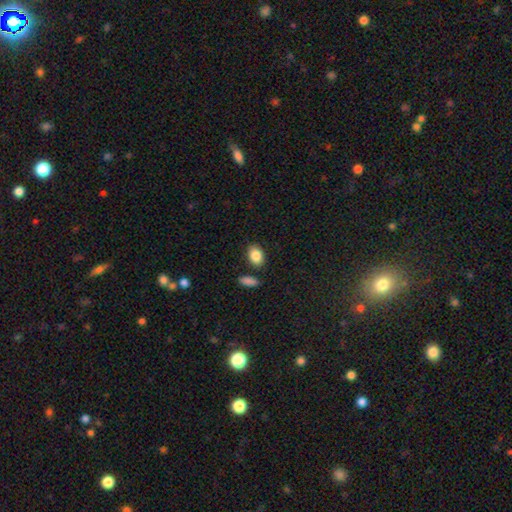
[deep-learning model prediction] Smooth or featured?
  - smooth: 87% *
  - star or artifact: 7%
  - featured or disk: 6%
How rounded?
  - in between: 83% *
  - round: 15%
  - cigar-shaped: 2%
Merging?
  - none: 81% *
  - minor disturbance: 11%
  - merger: 6%
  - major disturbance: 3%